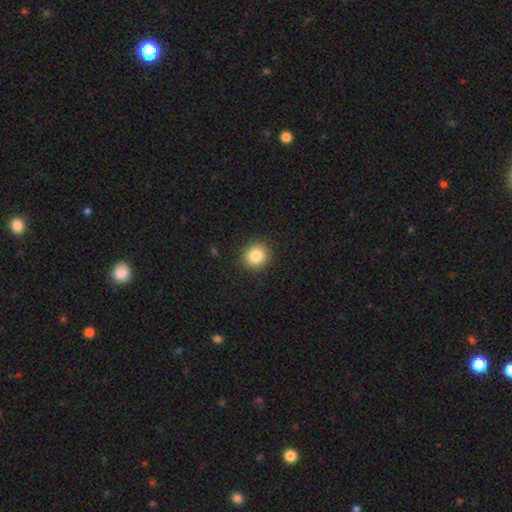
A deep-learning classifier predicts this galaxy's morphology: A smooth galaxy with no disk features (83%) that is round (88%). Merging: none (90%).